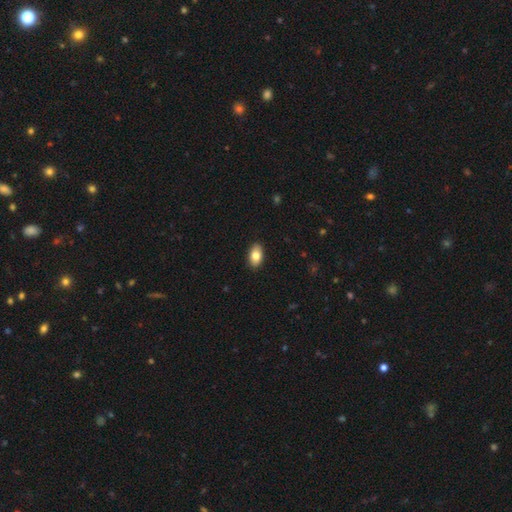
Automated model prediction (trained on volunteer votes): smooth_or_featured: smooth (p=0.82) [alt: featured or disk p=0.11]
how_rounded: in between (p=0.92) [alt: round p=0.06]
merging: none (p=0.90) [alt: minor disturbance p=0.07]